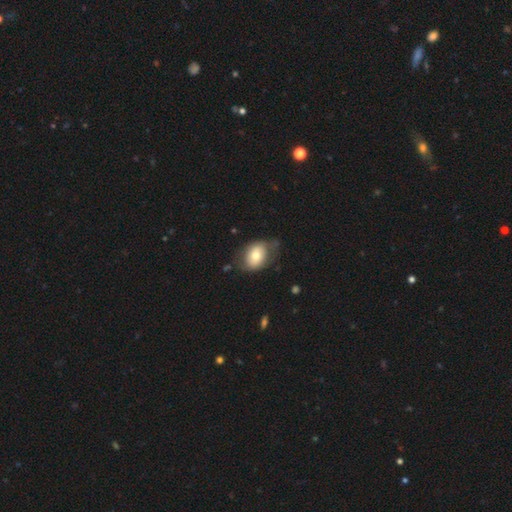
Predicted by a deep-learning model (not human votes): The model was most divided on "merging": none: 57%, minor disturbance: 28%, major disturbance: 12%, merger: 2%. More confident: how rounded — in between (72%); smooth or featured — smooth (67%).